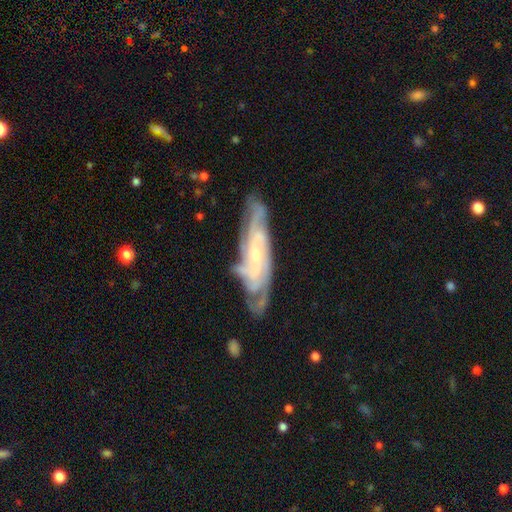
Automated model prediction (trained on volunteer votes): Overall: featured or disk (86%). Edge-on disk: no (83%). Bar: no (59%; weak 30%). Spiral arms: yes (96%). Spiral arm count: 4 (29%; can't tell 25%). Spiral winding: tight (60%; medium 33%). Bulge size: small (69%). Merging: none (72%).